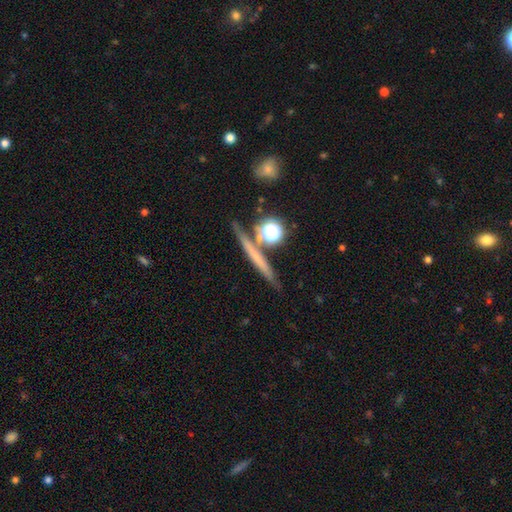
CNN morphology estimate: type=smooth (46%); merging=none (77%).